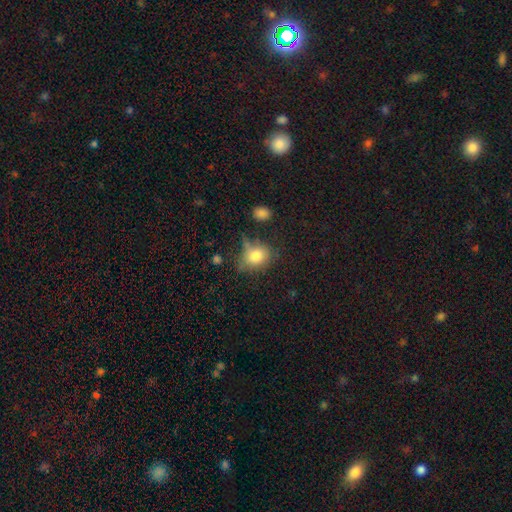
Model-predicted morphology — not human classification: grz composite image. It shows a smooth galaxy with no disk features (79%) that is in between round and cigar-shaped (52%). Merging: none (55%).